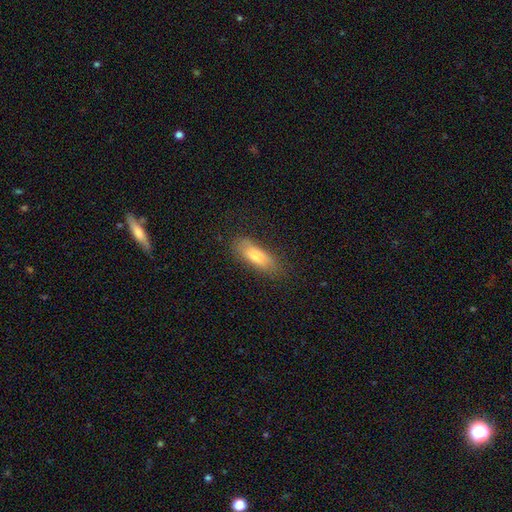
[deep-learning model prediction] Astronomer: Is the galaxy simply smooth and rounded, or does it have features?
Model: smooth — 73%.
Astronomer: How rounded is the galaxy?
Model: in between — 61% (runner-up: cigar-shaped, 37%).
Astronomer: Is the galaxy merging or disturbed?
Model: none — 74%.